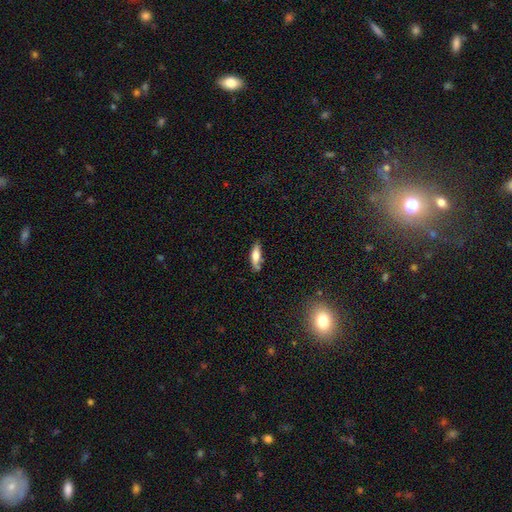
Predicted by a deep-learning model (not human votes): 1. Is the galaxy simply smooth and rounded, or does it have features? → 69% smooth, 24% featured or disk, 7% star or artifact.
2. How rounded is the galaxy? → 49% in between, 48% cigar-shaped, 2% round.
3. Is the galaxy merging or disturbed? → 70% none, 20% minor disturbance, 6% merger, 4% major disturbance.